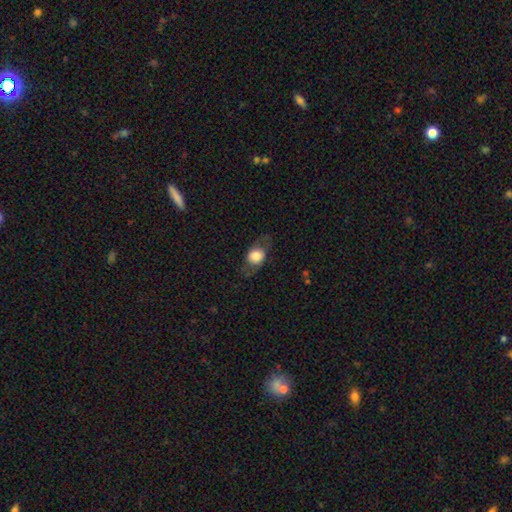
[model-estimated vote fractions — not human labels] Morphology: type=smooth (64%); roundness=in between (52%); merging=none (71%).